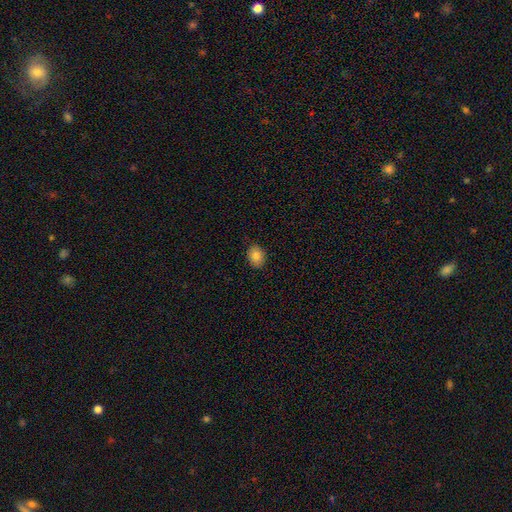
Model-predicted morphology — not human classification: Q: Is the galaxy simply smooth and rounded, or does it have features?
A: smooth — 85%.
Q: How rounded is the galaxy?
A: in between — 59%.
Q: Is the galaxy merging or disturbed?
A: none — 88%.